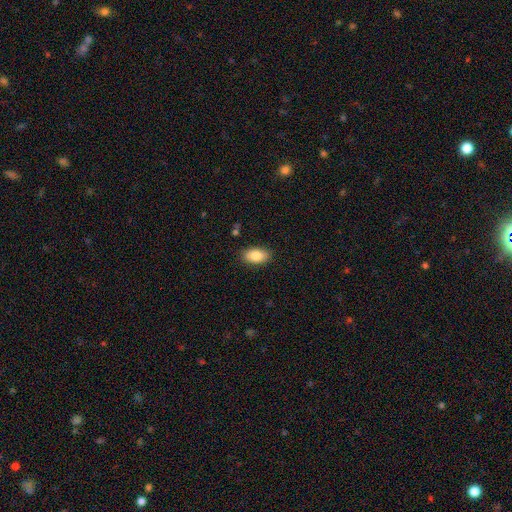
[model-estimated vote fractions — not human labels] Overall: smooth (84%). How rounded: in between (93%). Merging: none (87%).